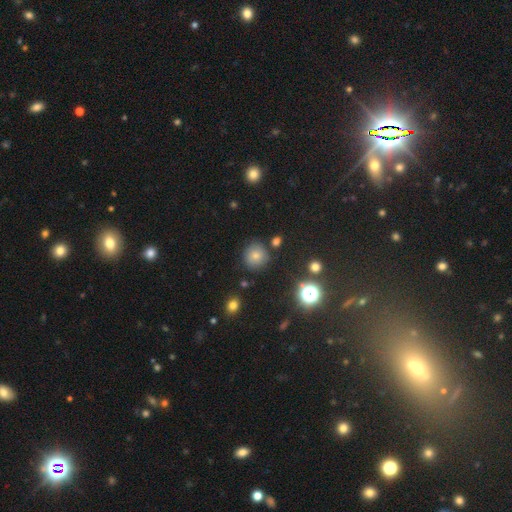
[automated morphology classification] The model was most divided on "smooth or featured": smooth: 70%, star or artifact: 18%, featured or disk: 12%. More confident: how rounded — round (90%); merging — none (82%).